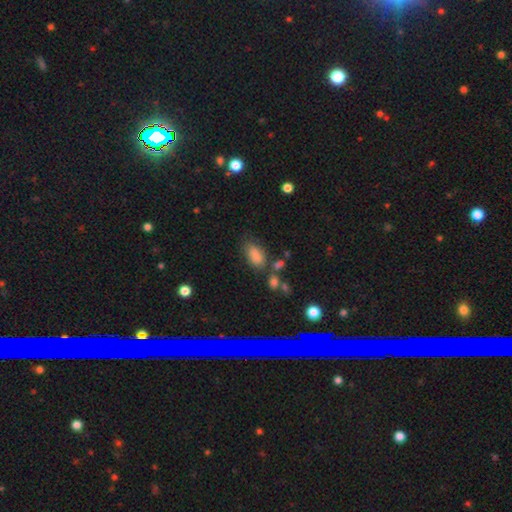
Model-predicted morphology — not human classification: smooth 85%, star or artifact 9%, featured or disk 6%. Down the decision tree: how rounded — in between (91%); merging — none (63%).